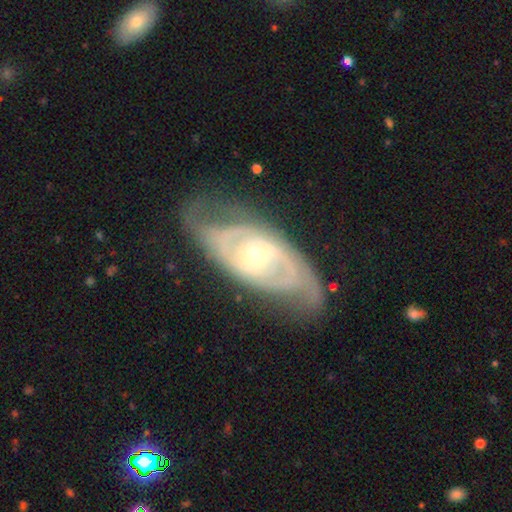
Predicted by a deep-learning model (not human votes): Smooth or featured? featured or disk (83%)
Edge-on disk? no (91%)
Bar? no (63%)
Spiral arms? yes (80%)
Spiral winding? tight (57%)
Spiral arm count? 2 (55%)
Bulge size? small (56%)
Merging? none (67%)